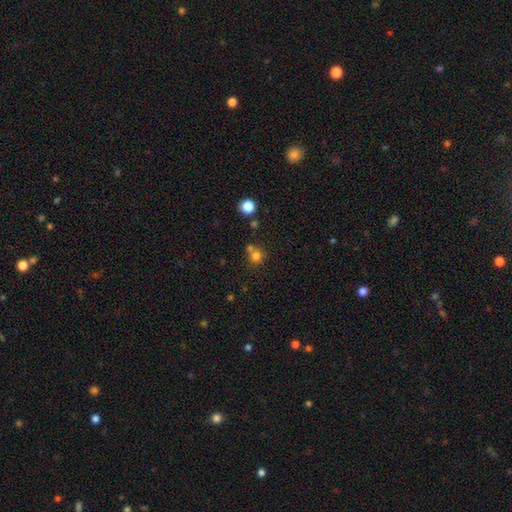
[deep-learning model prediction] Morphology: type=smooth (76%); roundness=round (89%); merging=none (60%).